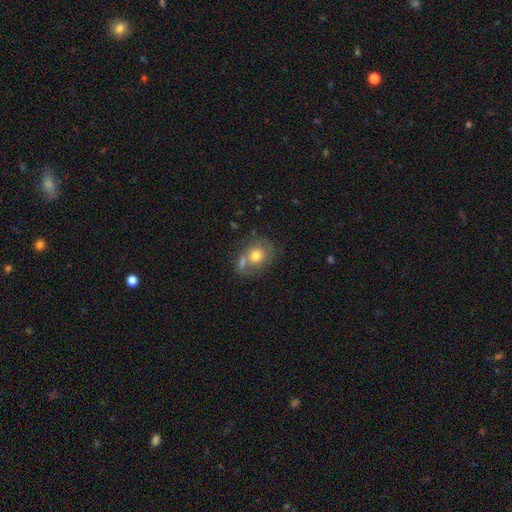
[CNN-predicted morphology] This appears to be a smooth galaxy with no disk features (65%) that is round (57%). Merging: none (44%).